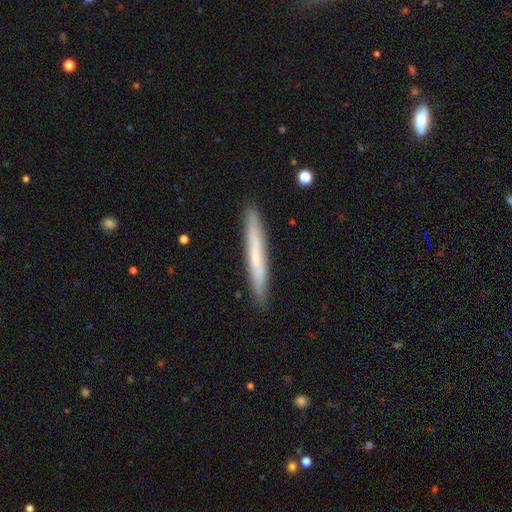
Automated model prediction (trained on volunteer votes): Q: Smooth or featured?
A: smooth (56%); runner-up: featured or disk (38%)
Q: How rounded?
A: cigar-shaped (96%); runner-up: in between (2%)
Q: Merging?
A: none (91%); runner-up: minor disturbance (7%)